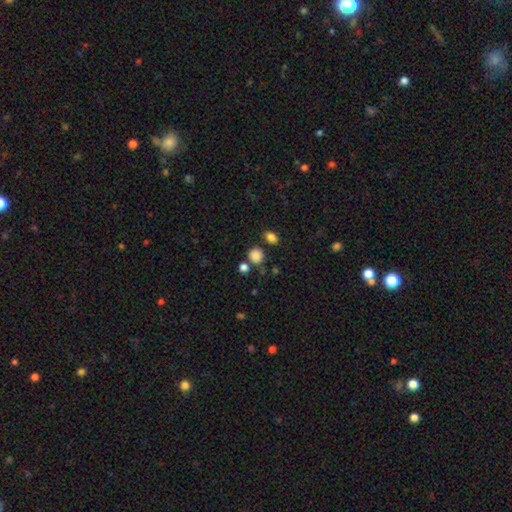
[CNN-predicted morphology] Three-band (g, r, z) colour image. It shows a smooth galaxy with no disk features (84%) that is round (84%). Merging: none (73%).